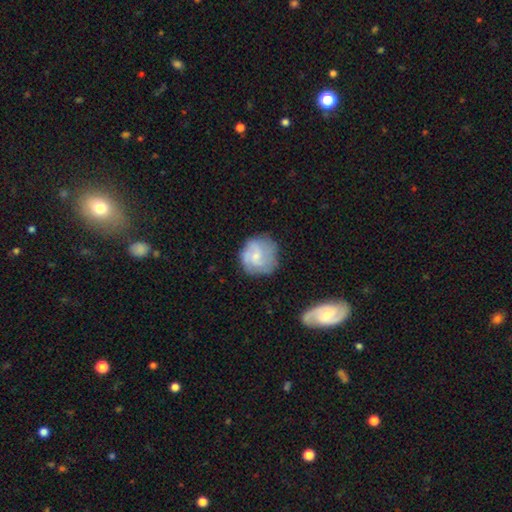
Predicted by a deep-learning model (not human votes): Overall: featured or disk (50%; smooth 43%). Edge-on disk: no (98%). Merging: none (66%).